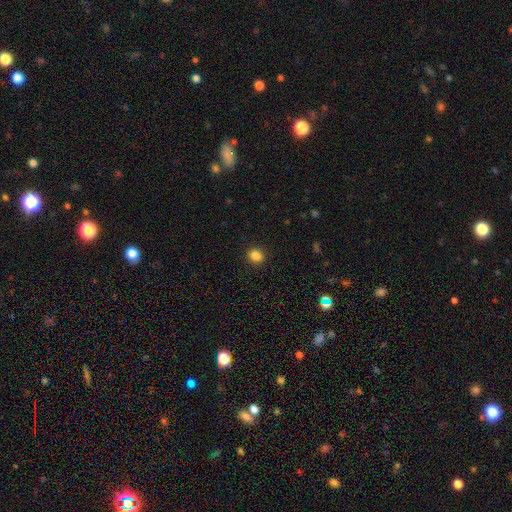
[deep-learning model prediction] This appears to be a smooth galaxy with no disk features (85%) that is round (64%). Merging: none (90%).